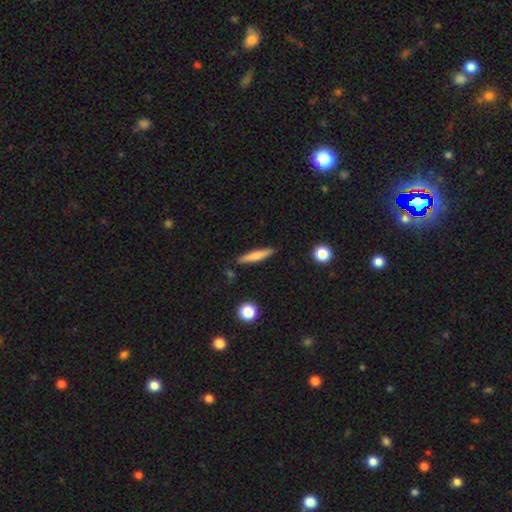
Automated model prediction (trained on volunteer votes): Morphology: type=smooth (66%); roundness=cigar-shaped (90%); merging=none (86%).